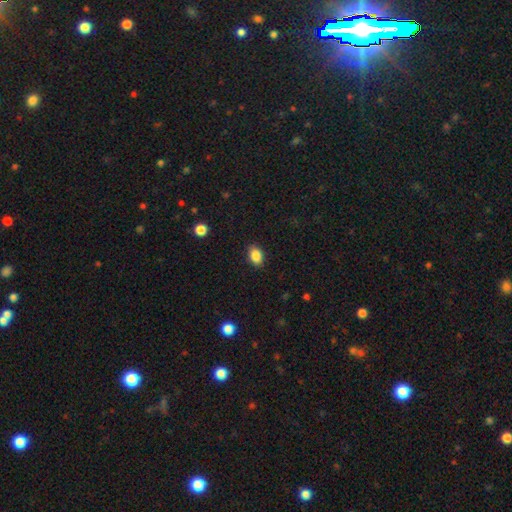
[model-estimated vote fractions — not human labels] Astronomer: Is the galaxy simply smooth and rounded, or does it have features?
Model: smooth — 87%.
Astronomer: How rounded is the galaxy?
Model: in between — 77%.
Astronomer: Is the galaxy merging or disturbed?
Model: none — 86%.